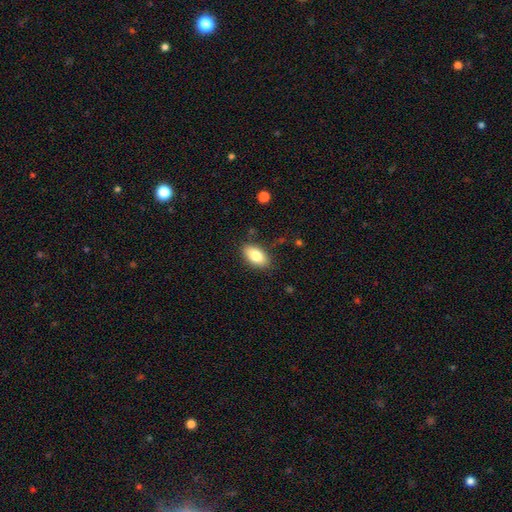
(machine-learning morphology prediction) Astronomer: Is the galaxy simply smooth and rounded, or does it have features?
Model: smooth — 81%.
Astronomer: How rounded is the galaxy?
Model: in between — 91%.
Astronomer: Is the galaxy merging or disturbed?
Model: none — 85%.